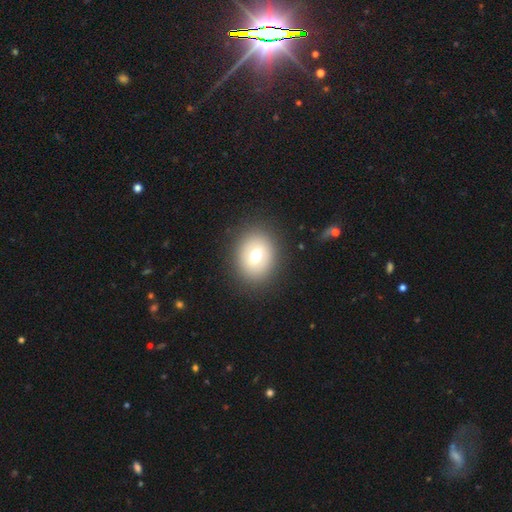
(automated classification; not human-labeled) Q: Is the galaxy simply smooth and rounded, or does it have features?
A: smooth — 65%.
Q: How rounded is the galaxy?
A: round — 54%.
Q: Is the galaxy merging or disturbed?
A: none — 87%.